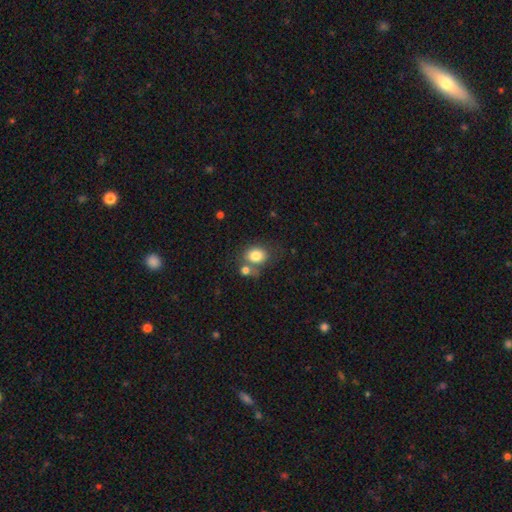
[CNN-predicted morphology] This appears to be a smooth galaxy with no disk features (81%) that is round (53%). Merging: none (53%).